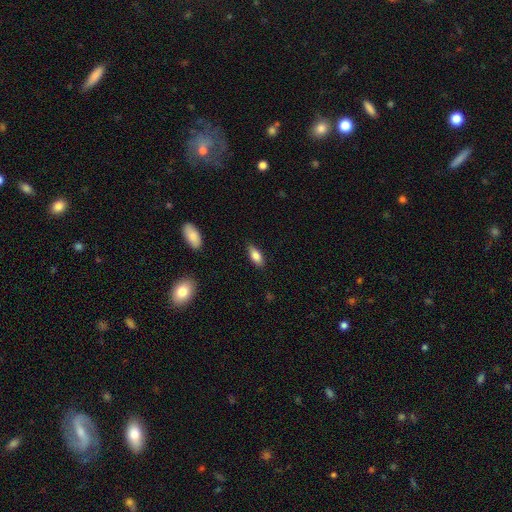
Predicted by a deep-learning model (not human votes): This appears to be a smooth galaxy with no disk features (81%) that is in between round and cigar-shaped (81%). Merging: none (84%).